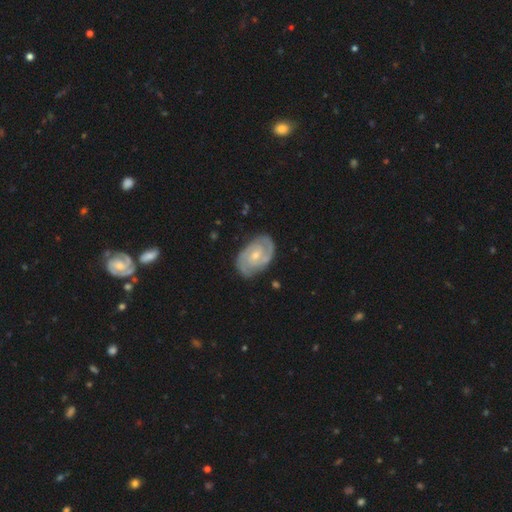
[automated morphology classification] Smooth or featured?
  - featured or disk: 85% *
  - smooth: 11%
  - star or artifact: 4%
Edge-on disk?
  - no: 97% *
  - yes: 3%
Bar?
  - no: 55% *
  - weak: 38%
  - strong: 7%
Spiral arms?
  - yes: 96% *
  - no: 4%
Spiral winding?
  - tight: 57% *
  - medium: 36%
  - loose: 7%
Spiral arm count?
  - 2: 75% *
  - can't tell: 11%
  - 3: 8%
  - 1: 2%
  - 4: 2%
  - more than 4: 2%
Bulge size?
  - small: 59% *
  - moderate: 37%
  - none: 2%
  - large: 1%
  - dominant: 1%
Merging?
  - none: 81% *
  - minor disturbance: 15%
  - major disturbance: 3%
  - merger: 1%